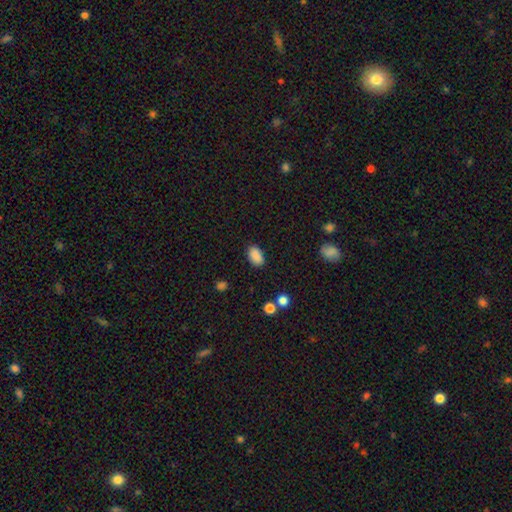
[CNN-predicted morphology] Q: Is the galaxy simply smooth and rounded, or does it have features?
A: smooth — 88%.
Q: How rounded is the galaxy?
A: in between — 91%.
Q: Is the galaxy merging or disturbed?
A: none — 84%.